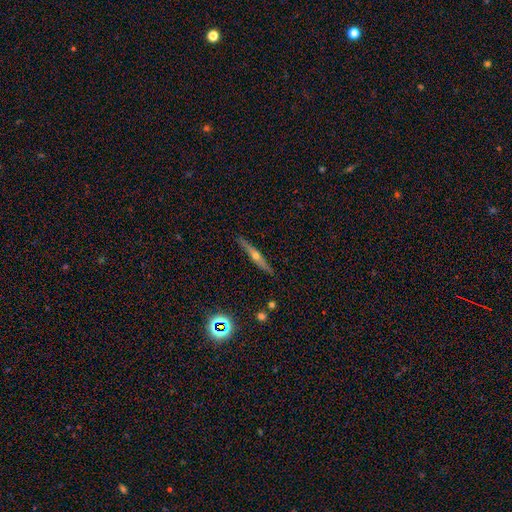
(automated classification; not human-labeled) smooth_or_featured: featured or disk (p=0.71) [alt: smooth p=0.21]
disk_edge_on: yes (p=0.96) [alt: no p=0.04]
edge_on_bulge: rounded (p=0.89) [alt: none p=0.07]
merging: none (p=0.88) [alt: minor disturbance p=0.09]